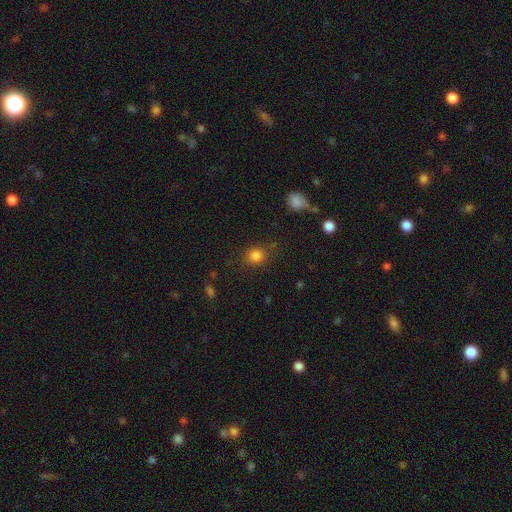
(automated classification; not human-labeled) Smooth or featured?
  - smooth: 82% *
  - star or artifact: 13%
  - featured or disk: 5%
How rounded?
  - round: 75% *
  - in between: 24%
  - cigar-shaped: 1%
Merging?
  - none: 82% *
  - minor disturbance: 11%
  - major disturbance: 4%
  - merger: 3%